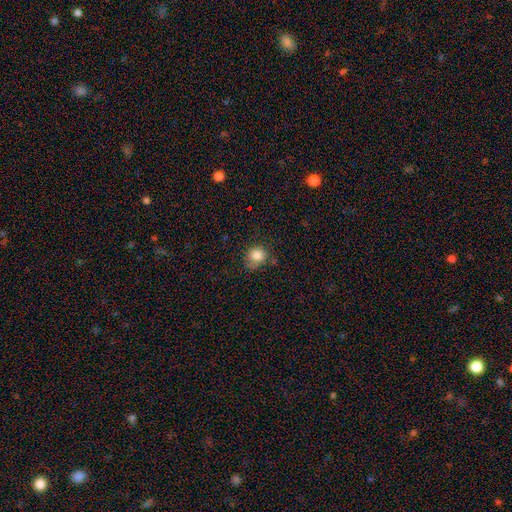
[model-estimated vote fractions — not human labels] Overall: smooth (83%). How rounded: round (74%). Merging: none (55%; minor disturbance 31%).